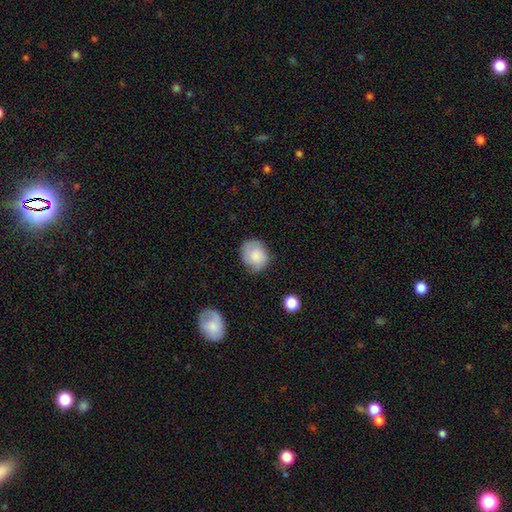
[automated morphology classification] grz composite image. It shows a smooth galaxy with no disk features (80%) that is round (64%). Merging: none (69%).